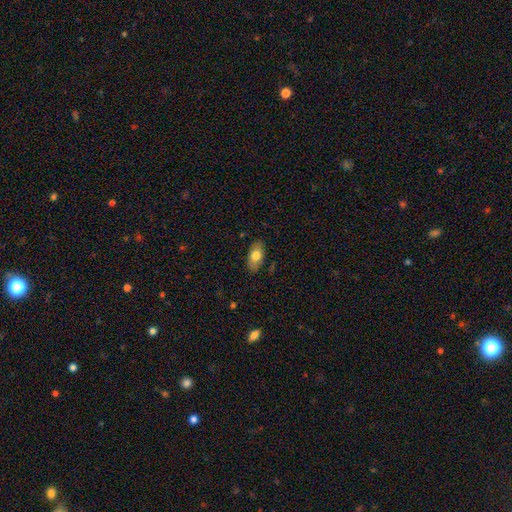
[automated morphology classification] Smooth or featured: smooth — 75% (featured or disk — 18%)
How rounded: in between — 91% (round — 4%)
Merging: none — 84% (minor disturbance — 12%)